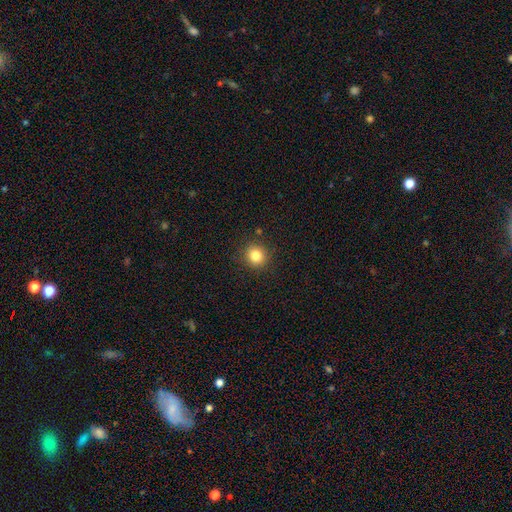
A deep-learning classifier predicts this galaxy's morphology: type=smooth (82%); roundness=round (89%); merging=none (90%).